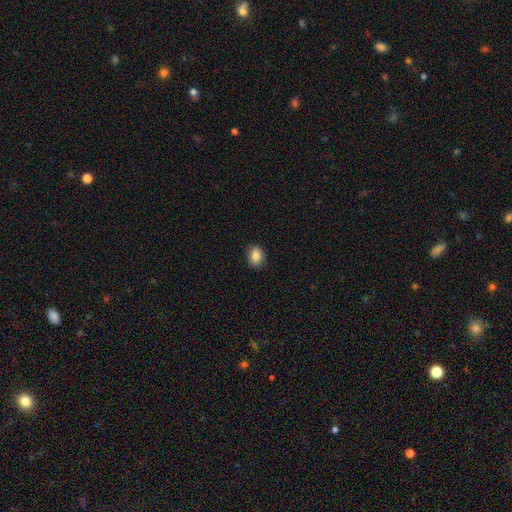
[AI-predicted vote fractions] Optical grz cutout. It shows a smooth galaxy with no disk features (85%) that is in between round and cigar-shaped (54%). Merging: none (89%).